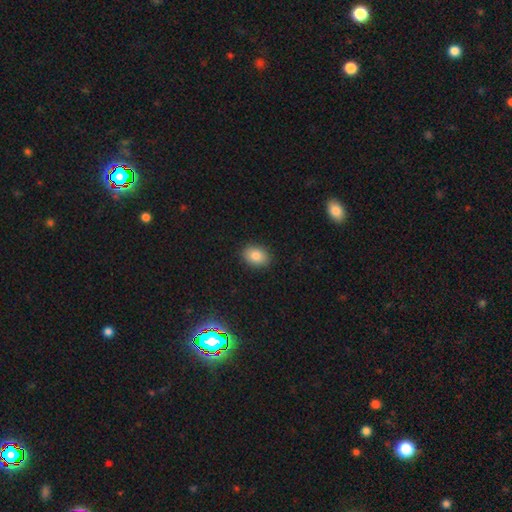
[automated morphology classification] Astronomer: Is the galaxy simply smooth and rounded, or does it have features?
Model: smooth — 84%.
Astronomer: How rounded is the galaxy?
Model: in between — 72%.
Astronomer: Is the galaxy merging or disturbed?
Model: none — 90%.